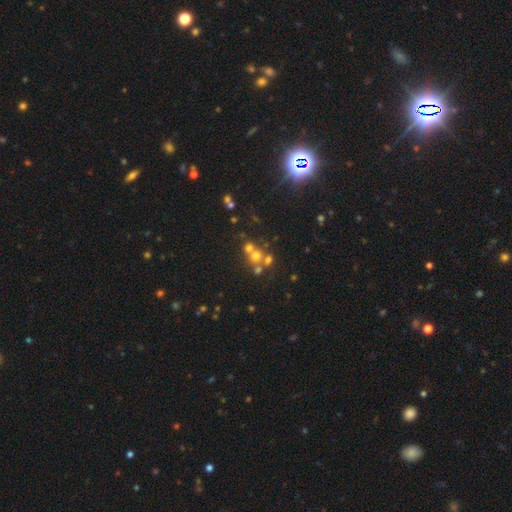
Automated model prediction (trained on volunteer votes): smooth-or-featured: smooth: 55% | star or artifact: 24% | featured or disk: 21%
  how-rounded: round: 85% | in between: 14% | cigar-shaped: 1%
  merging: none: 46% | merger: 42% | minor disturbance: 7% | major disturbance: 5%